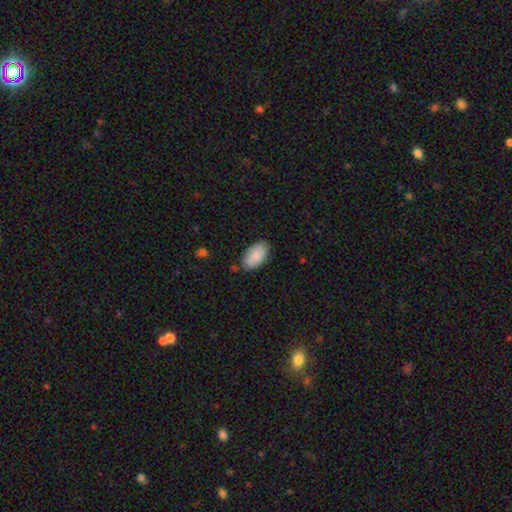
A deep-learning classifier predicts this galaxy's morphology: This is clearly a smooth galaxy (83%). How rounded: clearly in between (94%). Merging: clearly none (80%).